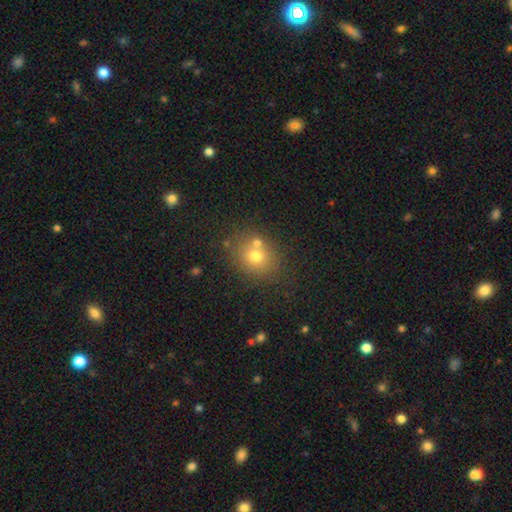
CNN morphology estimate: A smooth galaxy with no disk features (70%) that is round (71%). Merging: none (62%).